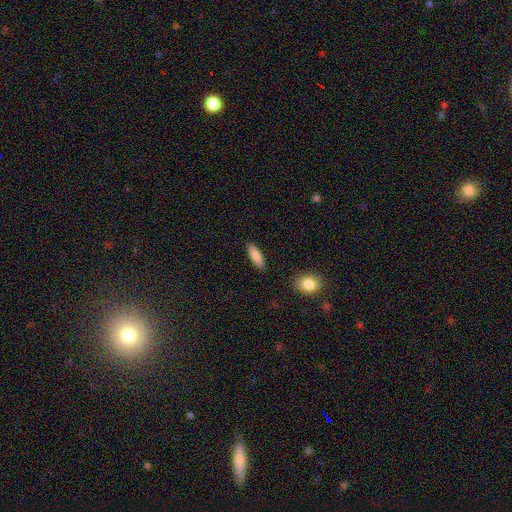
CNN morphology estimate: smooth_or_featured: smooth (p=0.86) [alt: featured or disk p=0.08]
how_rounded: cigar-shaped (p=0.53) [alt: in between p=0.45]
merging: none (p=0.88) [alt: minor disturbance p=0.08]